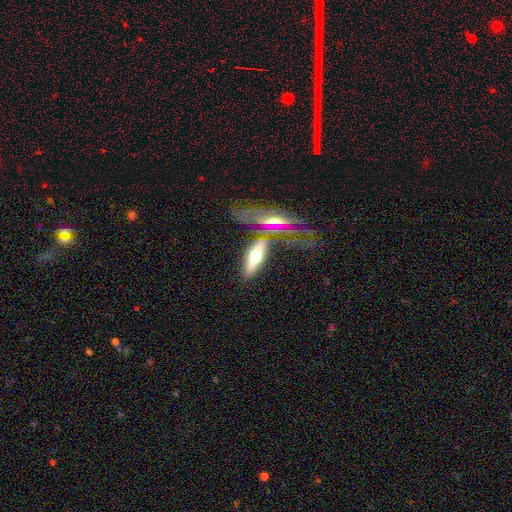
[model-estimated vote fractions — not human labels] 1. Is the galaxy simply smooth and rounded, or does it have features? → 48% featured or disk, 43% smooth, 9% star or artifact.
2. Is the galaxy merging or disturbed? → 60% none, 18% merger, 15% minor disturbance, 7% major disturbance.